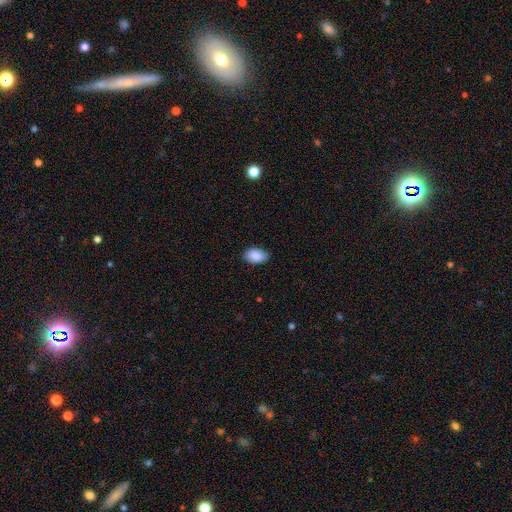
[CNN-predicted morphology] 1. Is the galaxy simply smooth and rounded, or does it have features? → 89% smooth, 6% star or artifact, 4% featured or disk.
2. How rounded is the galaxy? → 91% in between, 7% round, 1% cigar-shaped.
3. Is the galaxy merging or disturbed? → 83% none, 14% minor disturbance, 2% major disturbance, 1% merger.